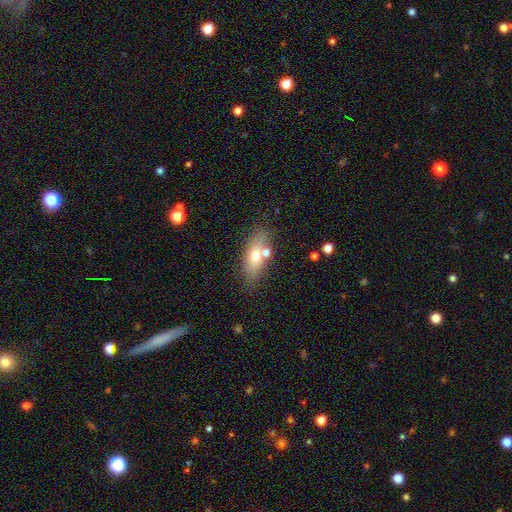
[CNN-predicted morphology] Overall: smooth (65%; featured or disk 26%). How rounded: in between (76%). Merging: none (69%).